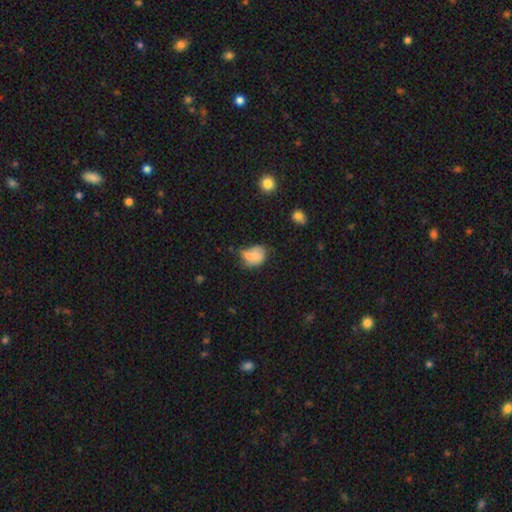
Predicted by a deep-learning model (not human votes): Smooth or featured: smooth — 67% (featured or disk — 23%)
How rounded: in between — 61% (round — 37%)
Merging: none — 33% (minor disturbance — 28%)